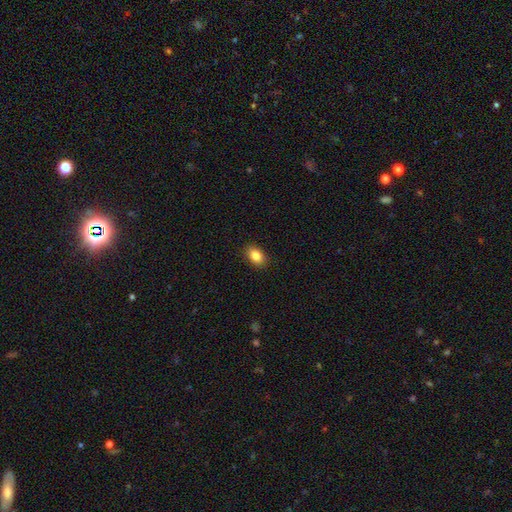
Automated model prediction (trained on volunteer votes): smooth 85%, star or artifact 9%, featured or disk 7%. Down the decision tree: how rounded — in between (81%); merging — none (89%).